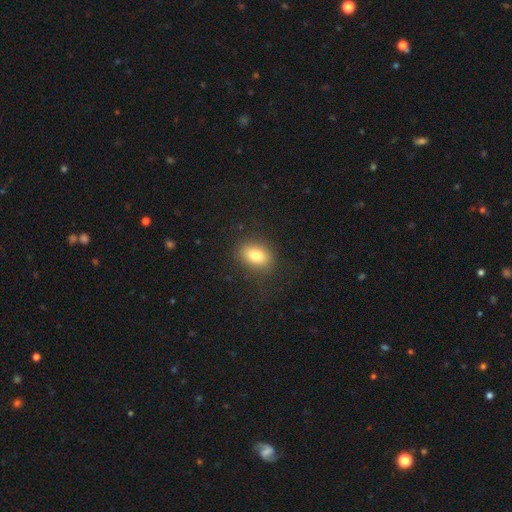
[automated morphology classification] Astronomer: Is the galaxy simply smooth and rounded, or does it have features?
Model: smooth — 80%.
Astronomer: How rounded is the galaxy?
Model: in between — 74%.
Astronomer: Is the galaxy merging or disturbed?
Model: none — 85%.